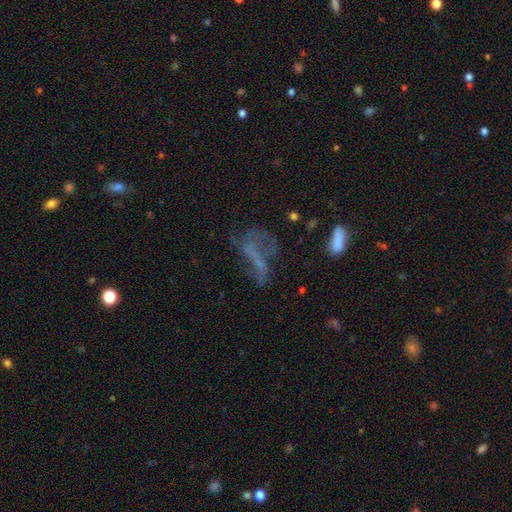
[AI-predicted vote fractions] Overall: featured or disk (47%; smooth 28%). Merging: none (38%; major disturbance 37%).